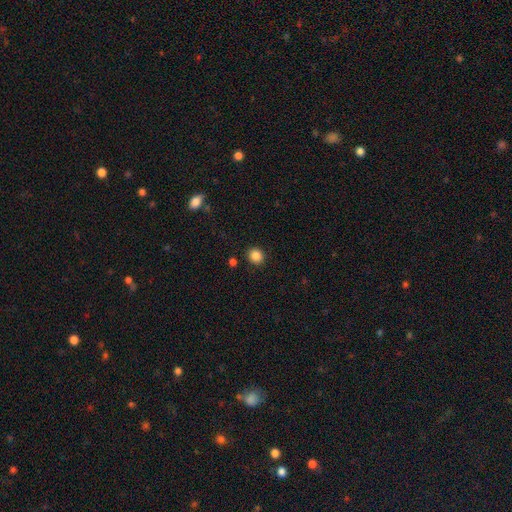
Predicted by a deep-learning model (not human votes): A smooth galaxy with no disk features (86%) that is round (84%). Merging: none (89%).